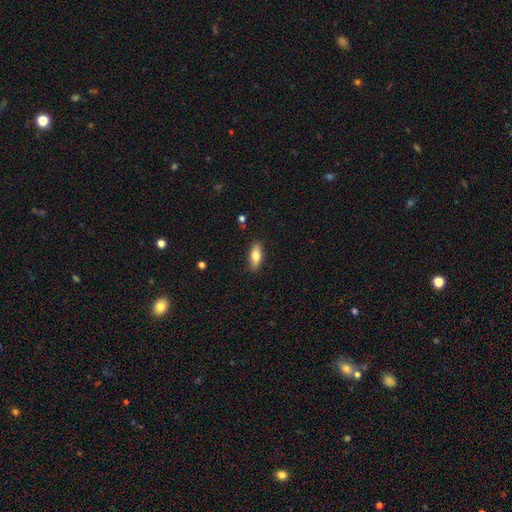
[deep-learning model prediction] Overall: smooth (73%). How rounded: in between (73%). Merging: none (87%).